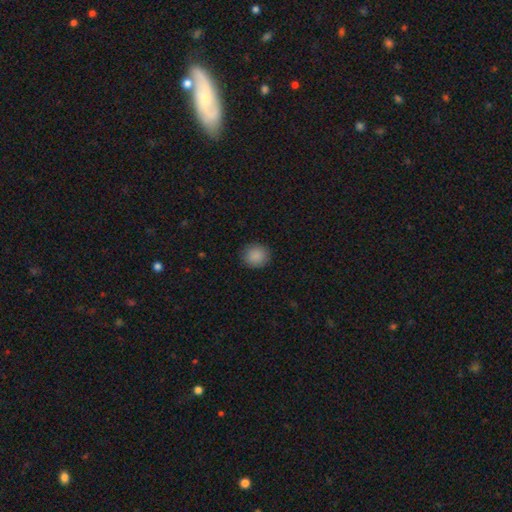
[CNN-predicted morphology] smooth_or_featured: smooth (p=0.89) [alt: star or artifact p=0.09]
how_rounded: round (p=0.87) [alt: in between p=0.12]
merging: none (p=0.90) [alt: minor disturbance p=0.07]